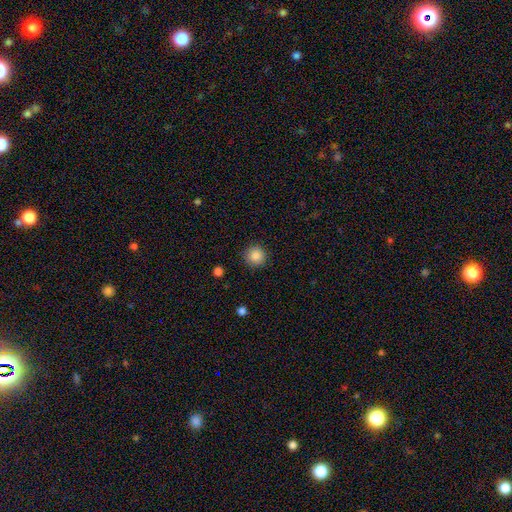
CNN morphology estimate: Overall: smooth (86%). How rounded: round (95%). Merging: none (91%).